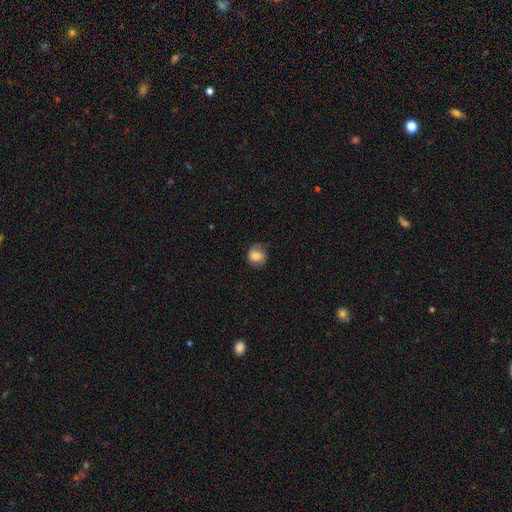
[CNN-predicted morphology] Q: Smooth or featured?
A: smooth (78%); runner-up: featured or disk (13%)
Q: How rounded?
A: round (75%); runner-up: in between (24%)
Q: Merging?
A: none (63%); runner-up: minor disturbance (26%)